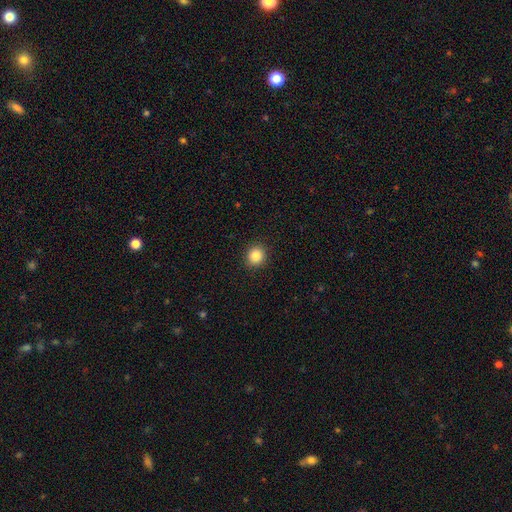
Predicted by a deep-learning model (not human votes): This appears to be a smooth galaxy with no disk features (85%) that is round (90%). Merging: none (92%).